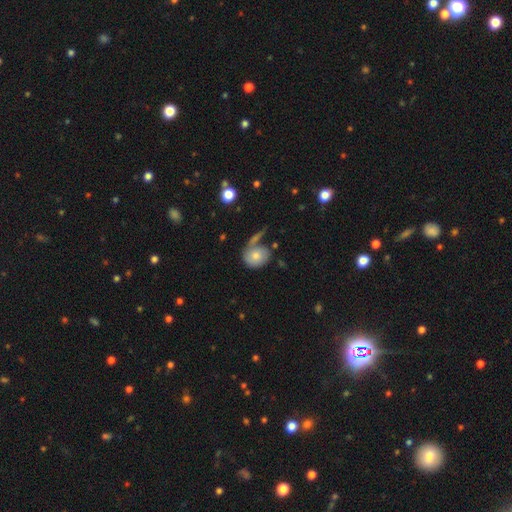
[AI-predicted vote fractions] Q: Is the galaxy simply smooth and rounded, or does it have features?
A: smooth — 66%.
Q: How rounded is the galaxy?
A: round — 67%.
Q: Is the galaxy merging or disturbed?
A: none — 43%.